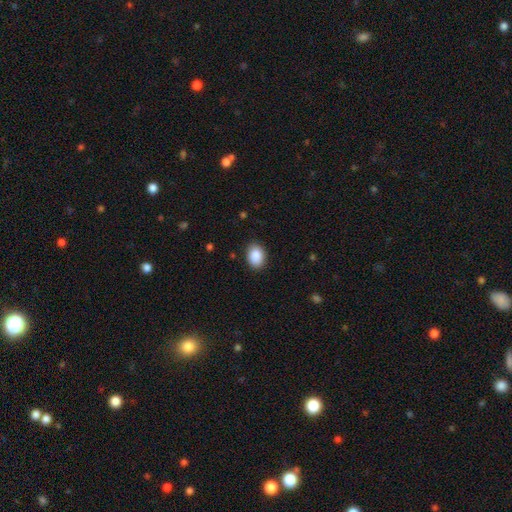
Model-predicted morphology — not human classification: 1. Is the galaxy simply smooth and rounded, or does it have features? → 89% smooth, 7% star or artifact, 4% featured or disk.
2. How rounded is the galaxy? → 73% in between, 26% round, 1% cigar-shaped.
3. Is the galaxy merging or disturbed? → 87% none, 10% minor disturbance, 2% major disturbance, 1% merger.